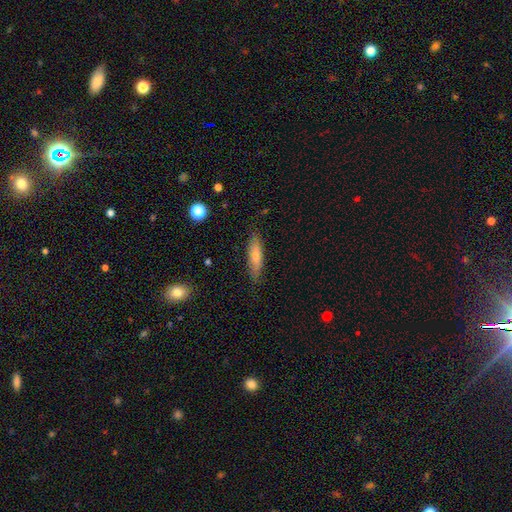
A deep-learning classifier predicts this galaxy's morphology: A smooth galaxy with no disk features (61%) that is cigar-shaped (73%).

Vote fractions:
- Smooth or featured? smooth: 61% / featured or disk: 32% / star or artifact: 7%
- How rounded? cigar-shaped: 73% / in between: 25% / round: 2%
- Merging? none: 84% / minor disturbance: 13% / major disturbance: 2% / merger: 1%